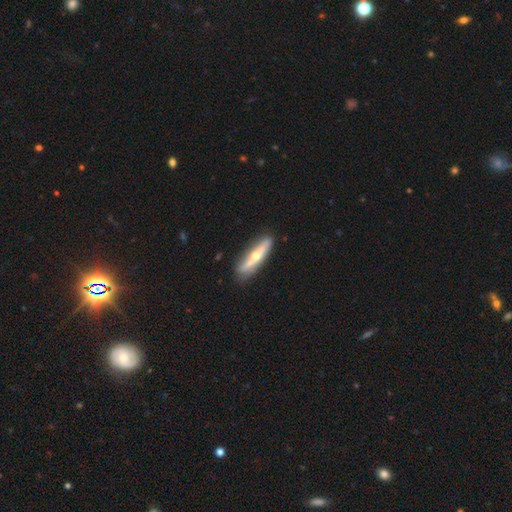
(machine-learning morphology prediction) smooth-or-featured: featured or disk: 62% | smooth: 33% | star or artifact: 5%
  disk-edge-on: yes: 85% | no: 15%
    edge-on-bulge: rounded: 91% | none: 6% | boxy: 3%
  merging: none: 80% | minor disturbance: 14% | major disturbance: 3% | merger: 3%